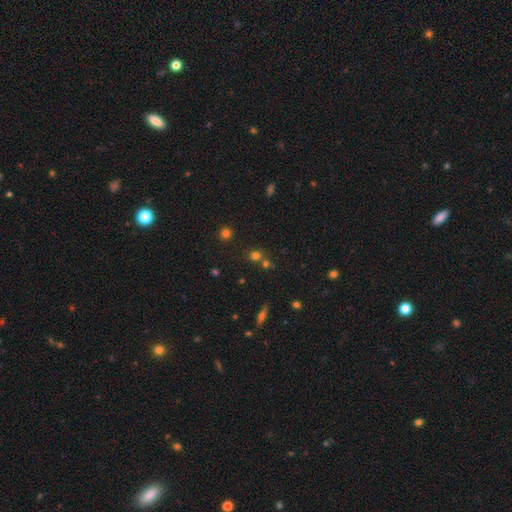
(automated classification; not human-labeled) This appears to be a smooth galaxy with no disk features (65%) that is round (84%). Merging: none (64%).